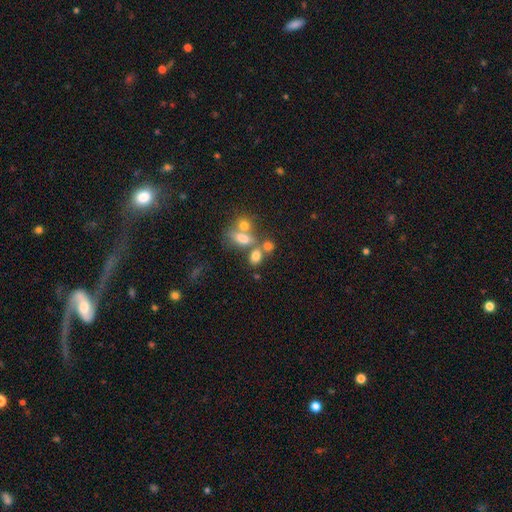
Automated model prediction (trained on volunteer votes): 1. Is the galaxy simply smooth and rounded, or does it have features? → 71% smooth, 15% featured or disk, 14% star or artifact.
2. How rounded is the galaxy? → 73% in between, 24% round, 3% cigar-shaped.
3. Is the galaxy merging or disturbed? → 41% merger (tied), 41% none (tied), 11% minor disturbance, 7% major disturbance.